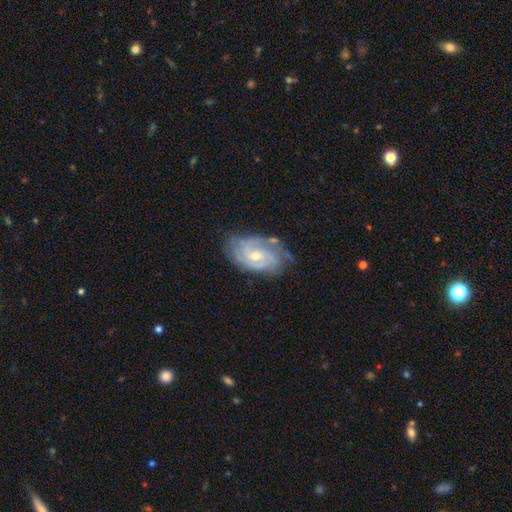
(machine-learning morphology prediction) This is clearly a featured or disk galaxy (86%). It is clearly not viewed edge-on (97%). Bar: possibly no (59%). Spiral arm pattern: clearly yes (97%). Spiral arm count: marginally 3 (31%). Spiral winding: likely tight (63%). Central bulge: possibly small (51%). Merging: likely none (68%).